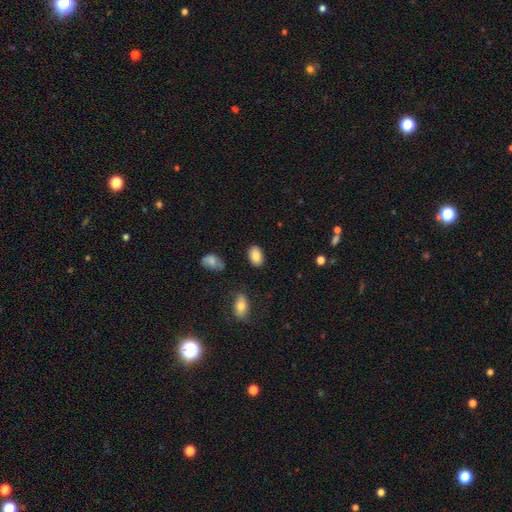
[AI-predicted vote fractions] Q: Smooth or featured?
A: smooth (85%); runner-up: star or artifact (8%)
Q: How rounded?
A: in between (88%); runner-up: round (10%)
Q: Merging?
A: none (86%); runner-up: minor disturbance (10%)